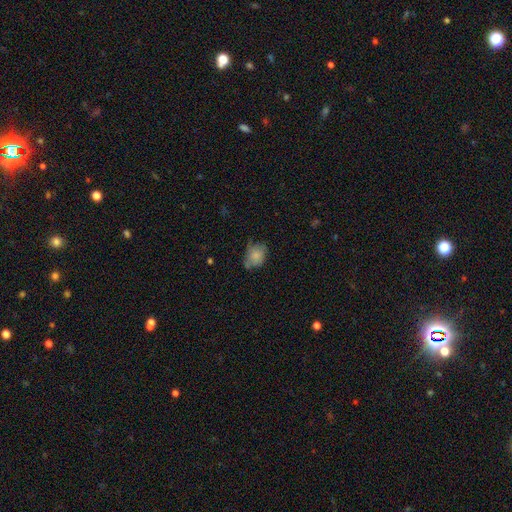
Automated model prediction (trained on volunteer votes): Smooth or featured? smooth (78%)
How rounded? in between (55%)
Merging? none (51%)